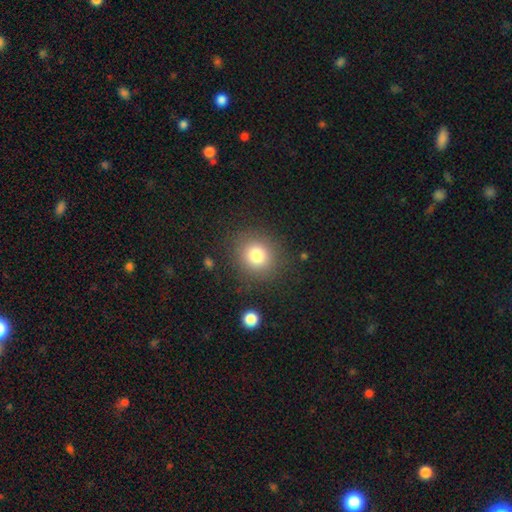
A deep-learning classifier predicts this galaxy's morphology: type=smooth (71%); roundness=round (88%); merging=none (91%).